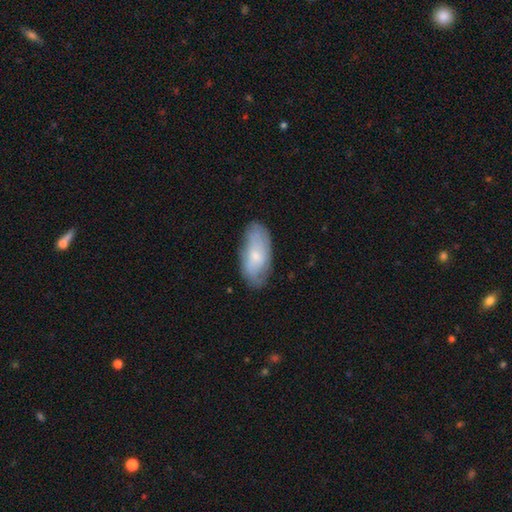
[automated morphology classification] A smooth galaxy with no disk features (55%) that is in between round and cigar-shaped (90%).

Vote fractions:
- Smooth or featured? smooth: 55% / featured or disk: 38% / star or artifact: 7%
- How rounded? in between: 90% / cigar-shaped: 7% / round: 3%
- Merging? none: 73% / minor disturbance: 20% / major disturbance: 5% / merger: 1%